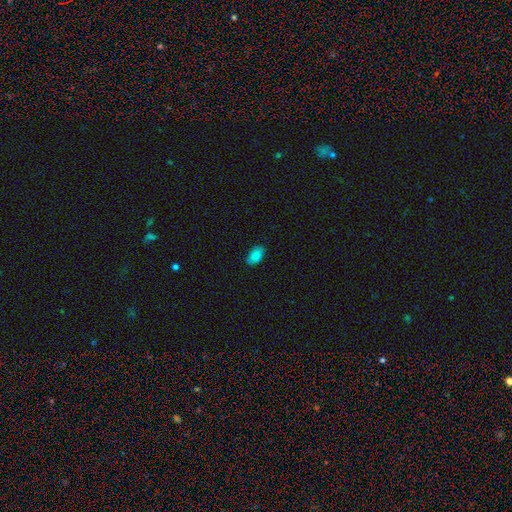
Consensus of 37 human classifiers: This is clearly a smooth galaxy (86%). How rounded: clearly in between (94%). Merging: clearly none (82%).